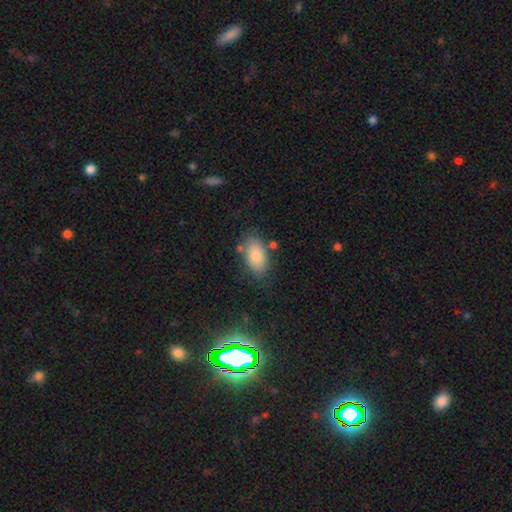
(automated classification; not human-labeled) Smooth or featured: smooth — 79% (featured or disk — 11%)
How rounded: in between — 92% (round — 5%)
Merging: none — 76% (minor disturbance — 14%)